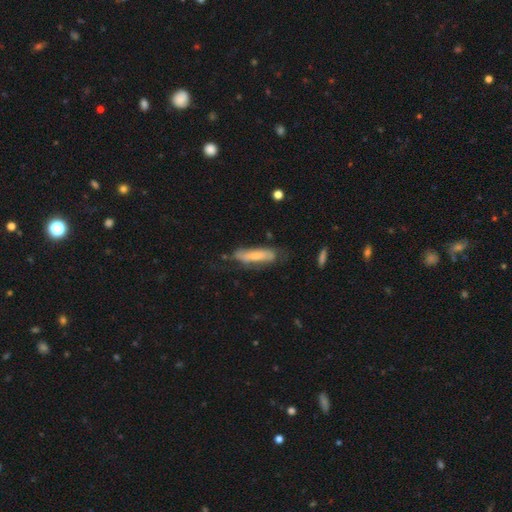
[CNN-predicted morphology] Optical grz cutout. It shows a smooth galaxy with no disk features (54%) that is cigar-shaped (72%). Merging: none (54%).